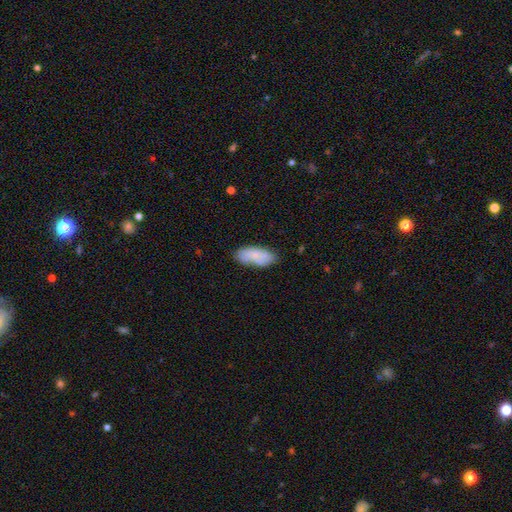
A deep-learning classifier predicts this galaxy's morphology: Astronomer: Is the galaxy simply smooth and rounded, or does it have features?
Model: smooth — 72%.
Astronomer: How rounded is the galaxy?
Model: in between — 86%.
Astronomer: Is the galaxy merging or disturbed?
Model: none — 69%.